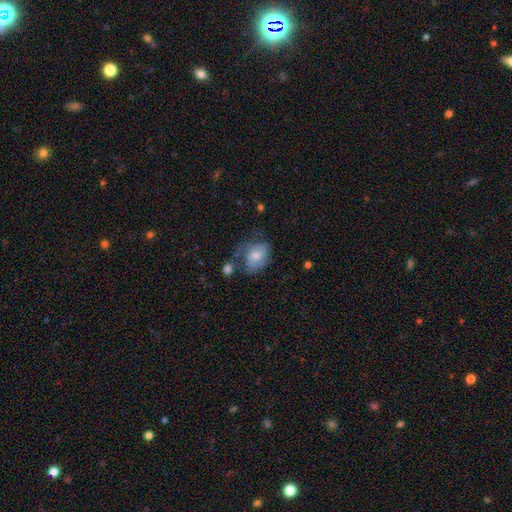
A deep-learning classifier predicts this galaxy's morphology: Smooth or featured: smooth — 60% (featured or disk — 32%)
How rounded: in between — 66% (round — 33%)
Merging: none — 32% (minor disturbance — 29%)